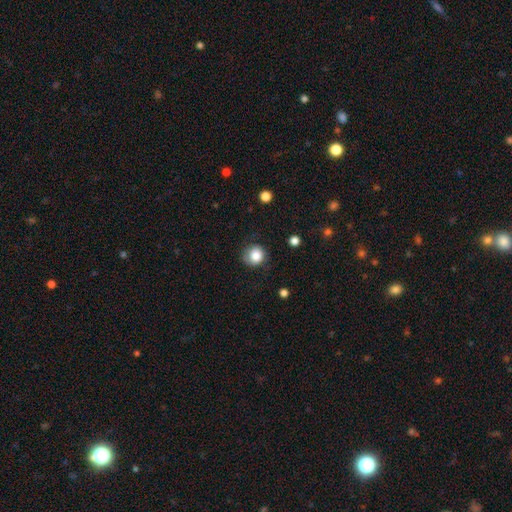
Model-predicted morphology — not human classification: smooth 83%, star or artifact 9%, featured or disk 8%. Down the decision tree: how rounded — round (88%); merging — none (73%).